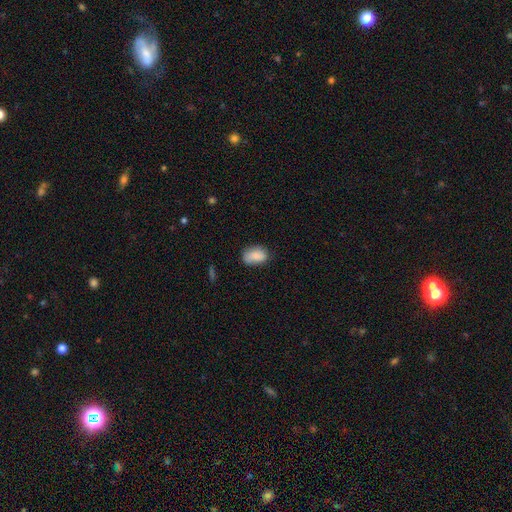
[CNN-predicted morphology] A smooth galaxy with no disk features (86%) that is in between round and cigar-shaped (87%).

Vote fractions:
- Smooth or featured? smooth: 86% / star or artifact: 8% / featured or disk: 7%
- How rounded? in between: 87% / round: 12% / cigar-shaped: 2%
- Merging? none: 66% / minor disturbance: 26% / major disturbance: 5% / merger: 2%